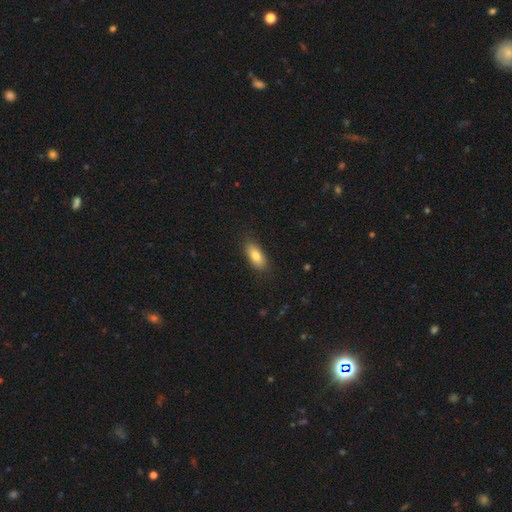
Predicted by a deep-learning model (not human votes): Overall: smooth (80%). How rounded: in between (84%). Merging: none (84%).